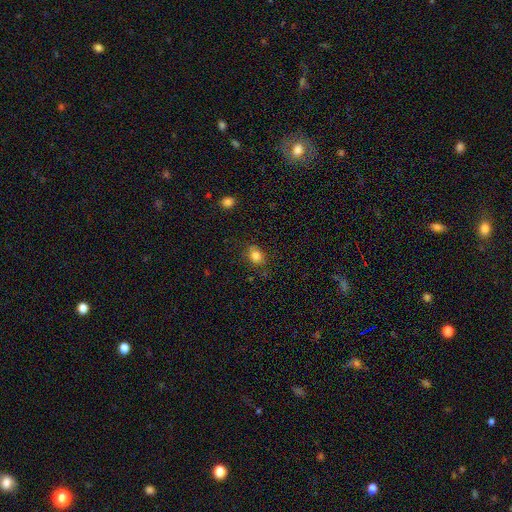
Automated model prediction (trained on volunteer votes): Smooth or featured?
  - smooth: 82% *
  - star or artifact: 12%
  - featured or disk: 6%
How rounded?
  - round: 57% *
  - in between: 42%
  - cigar-shaped: 1%
Merging?
  - none: 77% *
  - minor disturbance: 16%
  - major disturbance: 4%
  - merger: 3%